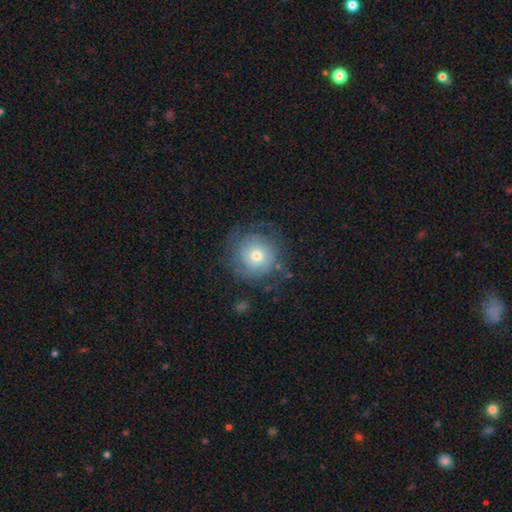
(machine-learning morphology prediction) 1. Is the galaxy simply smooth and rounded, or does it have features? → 51% featured or disk, 40% smooth, 9% star or artifact.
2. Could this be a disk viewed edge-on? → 97% no, 3% yes.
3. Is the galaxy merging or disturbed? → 69% none, 17% minor disturbance, 12% major disturbance, 1% merger.